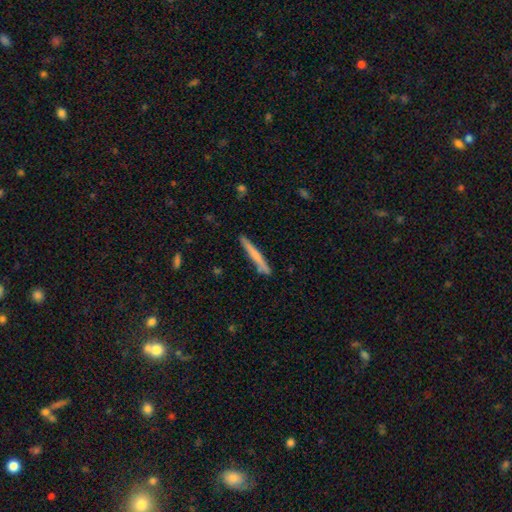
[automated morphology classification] A smooth galaxy with no disk features (61%) that is cigar-shaped (96%).

Vote fractions:
- Smooth or featured? smooth: 61% / featured or disk: 33% / star or artifact: 6%
- How rounded? cigar-shaped: 96% / in between: 2% / round: 1%
- Merging? none: 85% / minor disturbance: 11% / merger: 2% / major disturbance: 2%